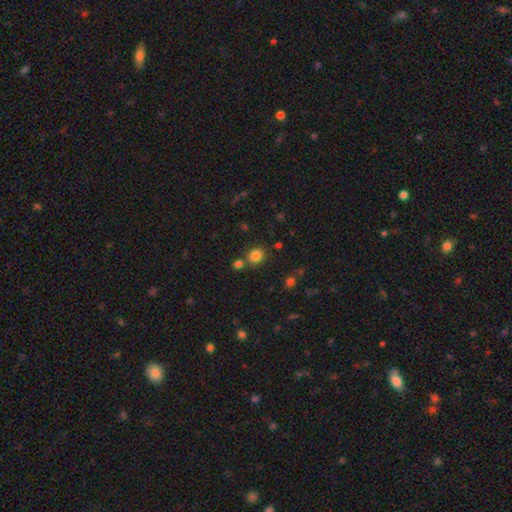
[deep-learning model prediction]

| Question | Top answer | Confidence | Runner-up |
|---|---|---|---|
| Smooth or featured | smooth | 81% | star or artifact (14%) |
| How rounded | round | 79% | in between (20%) |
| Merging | none | 72% | merger (17%) |